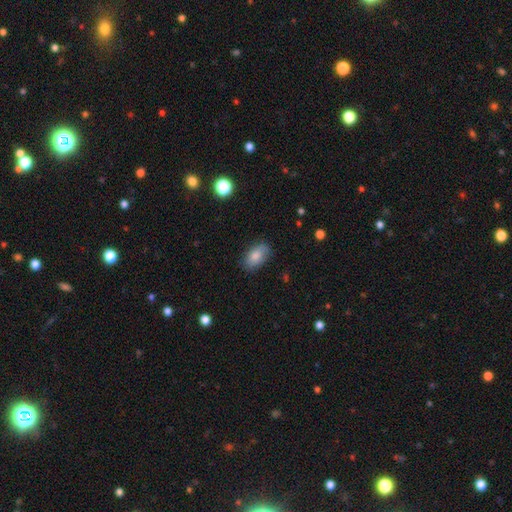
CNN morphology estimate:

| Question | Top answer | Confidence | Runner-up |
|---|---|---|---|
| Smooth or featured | smooth | 80% | featured or disk (13%) |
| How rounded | in between | 92% | round (6%) |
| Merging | none | 78% | minor disturbance (17%) |